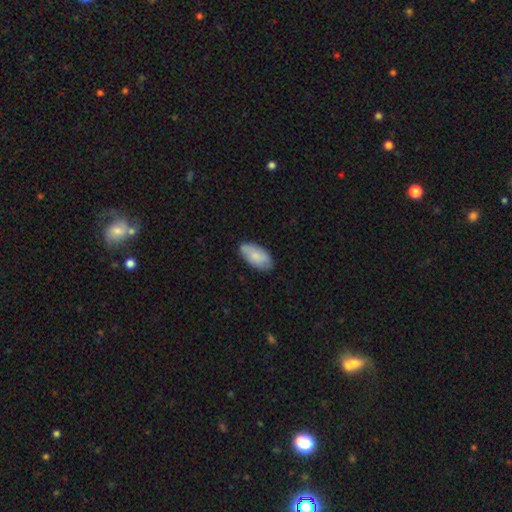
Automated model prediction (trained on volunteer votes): The model was most divided on "merging": none: 78%, minor disturbance: 18%, major disturbance: 3%, merger: 1%. More confident: how rounded — in between (94%); smooth or featured — smooth (81%).